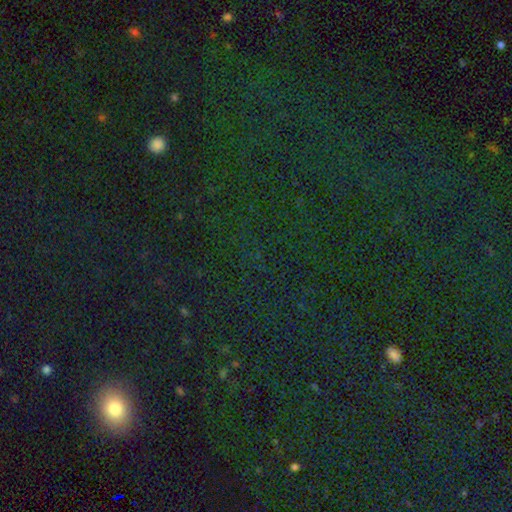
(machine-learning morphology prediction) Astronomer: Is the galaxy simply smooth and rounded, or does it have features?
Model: star or artifact — 70%.